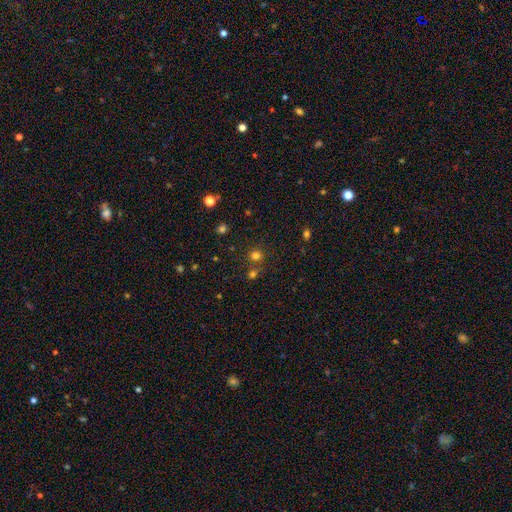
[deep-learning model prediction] smooth_or_featured: smooth (p=0.73) [alt: star or artifact p=0.21]
how_rounded: round (p=0.81) [alt: in between p=0.18]
merging: none (p=0.67) [alt: merger p=0.21]